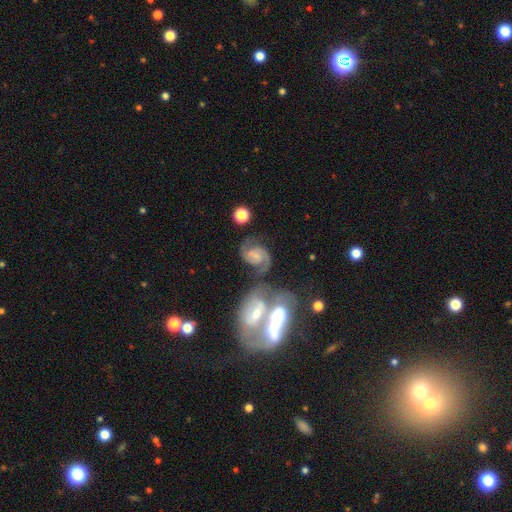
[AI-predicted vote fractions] Morphology: type=featured or disk (86%); edge-on=no (98%); bar=no (46%); spiral arms=yes (97%); winding=medium (58%); arm count=2 (92%); bulge=small (43%); merging=none (51%).